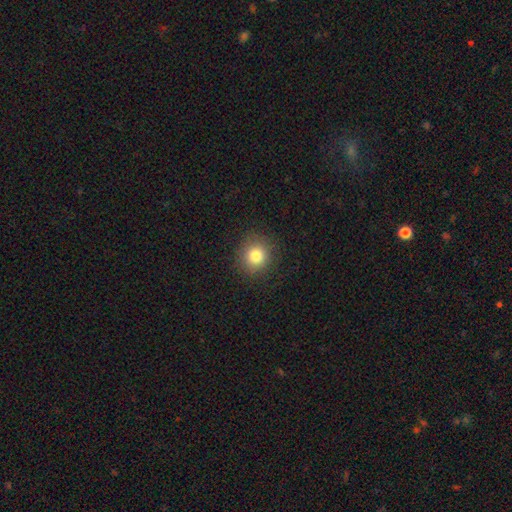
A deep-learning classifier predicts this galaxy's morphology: Smooth or featured: smooth — 82% (star or artifact — 12%)
How rounded: round — 90% (in between — 9%)
Merging: none — 89% (minor disturbance — 7%)